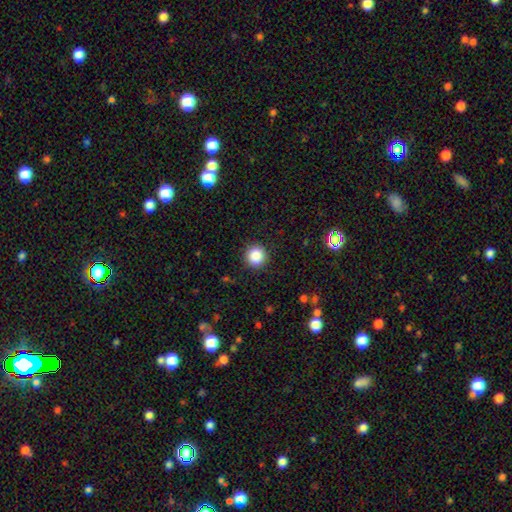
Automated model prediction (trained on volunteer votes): smooth-or-featured: smooth: 87% | star or artifact: 10% | featured or disk: 3%
  how-rounded: round: 94% | in between: 5% | cigar-shaped: 1%
  merging: none: 91% | minor disturbance: 6% | major disturbance: 2% | merger: 1%